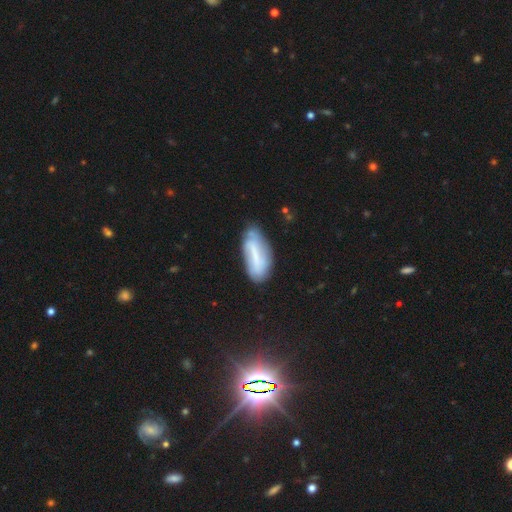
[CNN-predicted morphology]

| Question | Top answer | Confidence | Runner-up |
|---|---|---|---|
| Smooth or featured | smooth | 50% | featured or disk (41%) |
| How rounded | in between | 73% | cigar-shaped (25%) |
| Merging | none | 60% | minor disturbance (28%) |